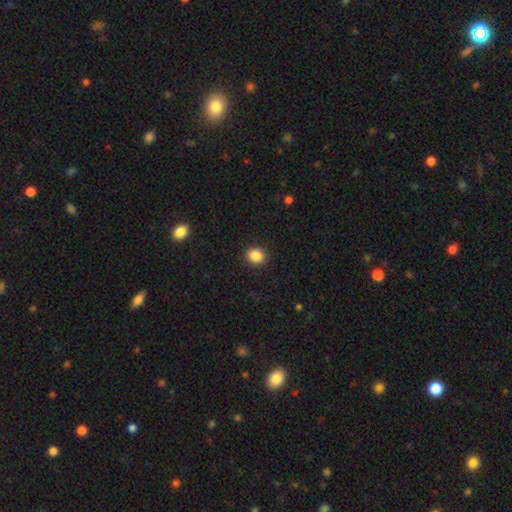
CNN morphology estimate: Overall: smooth (87%). How rounded: round (69%; in between 30%). Merging: none (91%).